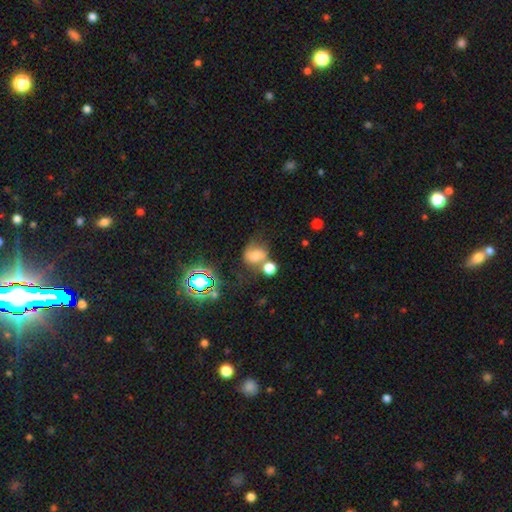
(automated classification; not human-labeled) Smooth or featured? Predicted: smooth (p=0.55). How rounded? Predicted: round (p=0.66). Merging? Predicted: none (p=0.39).